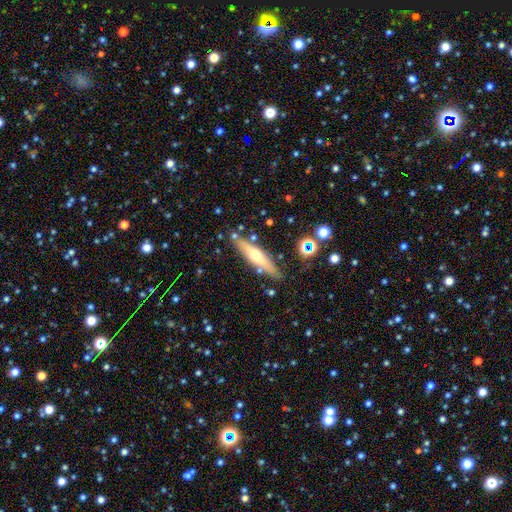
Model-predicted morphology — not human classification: Smooth or featured?
  - featured or disk: 49% *
  - smooth: 44%
  - star or artifact: 7%
Merging?
  - none: 81% *
  - minor disturbance: 12%
  - merger: 4%
  - major disturbance: 3%